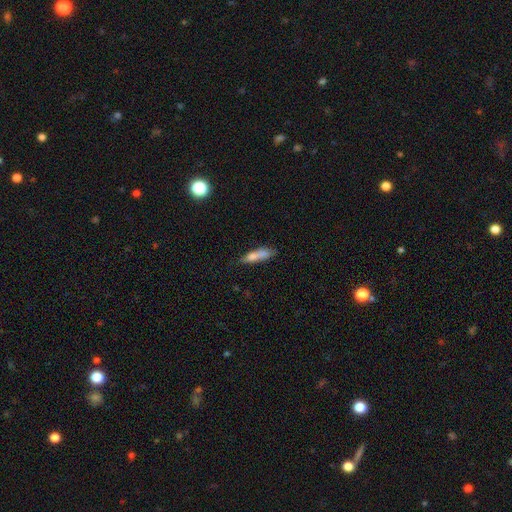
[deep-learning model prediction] Smooth or featured?
  - smooth: 74% *
  - featured or disk: 18%
  - star or artifact: 8%
How rounded?
  - cigar-shaped: 75% *
  - in between: 23%
  - round: 2%
Merging?
  - none: 57% *
  - minor disturbance: 25%
  - merger: 10%
  - major disturbance: 8%